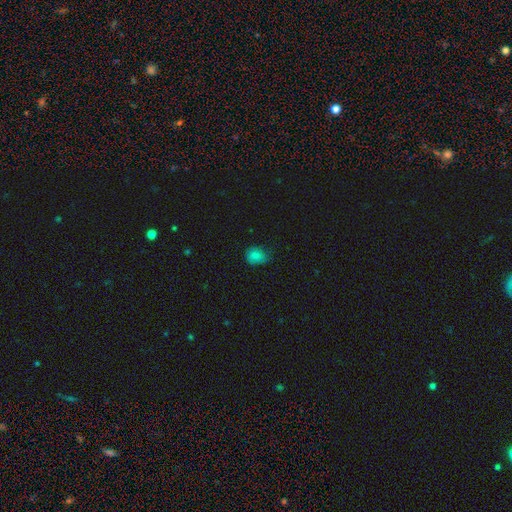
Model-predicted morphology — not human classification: smooth-or-featured: smooth: 78% | star or artifact: 12% | featured or disk: 10%
  how-rounded: in between: 52% | round: 47% | cigar-shaped: 1%
  merging: none: 58% | minor disturbance: 32% | major disturbance: 8% | merger: 1%